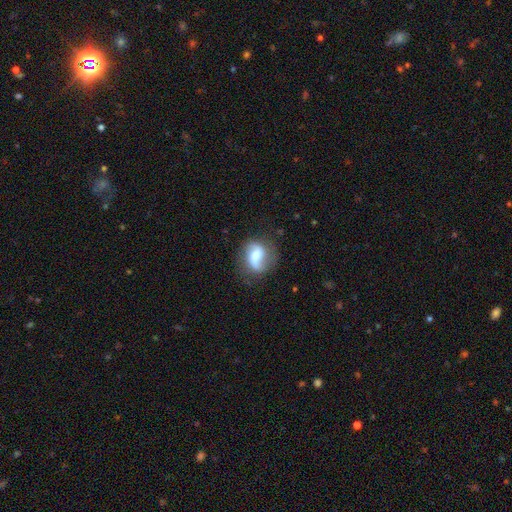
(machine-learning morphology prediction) The model was most divided on "bar": weak: 45%, no: 35%, strong: 20%. More confident: edge-on disk — no (97%); spiral arms — yes (91%); spiral arm count — 2 (77%); merging — none (70%); smooth or featured — featured or disk (69%); spiral winding — loose (58%); bulge size — moderate (56%).